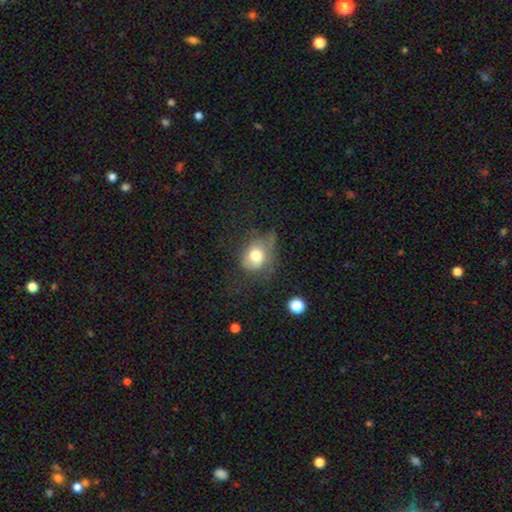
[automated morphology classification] Overall: smooth (73%). How rounded: round (59%; in between 39%). Merging: none (40%; minor disturbance 32%).